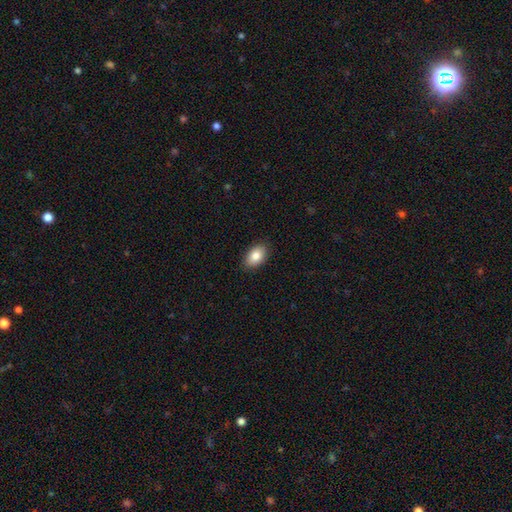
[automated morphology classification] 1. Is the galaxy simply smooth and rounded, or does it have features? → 85% smooth, 8% featured or disk, 7% star or artifact.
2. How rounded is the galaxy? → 91% in between, 8% round, 1% cigar-shaped.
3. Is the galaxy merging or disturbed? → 89% none, 9% minor disturbance, 2% major disturbance, 1% merger.